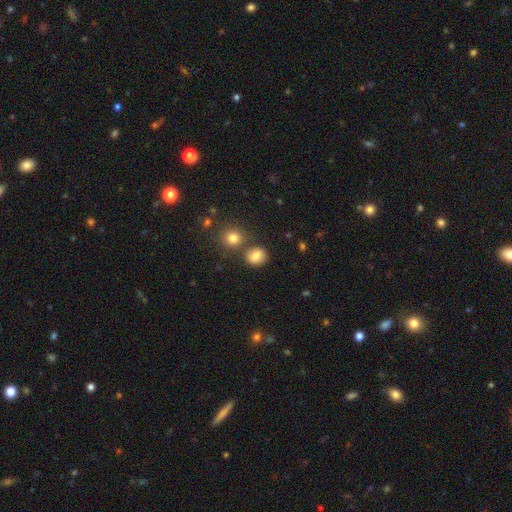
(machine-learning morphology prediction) Smooth or featured? Predicted: smooth (p=0.82). How rounded? Predicted: round (p=0.69). Merging? Predicted: none (p=0.74).